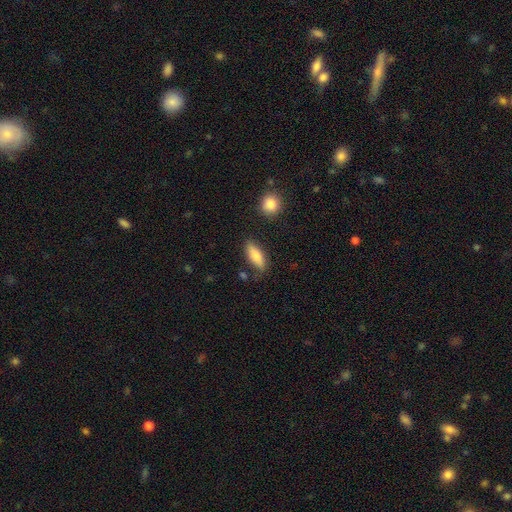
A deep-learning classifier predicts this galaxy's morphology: This is clearly a smooth galaxy (82%). How rounded: likely in between (71%). Merging: likely none (77%).